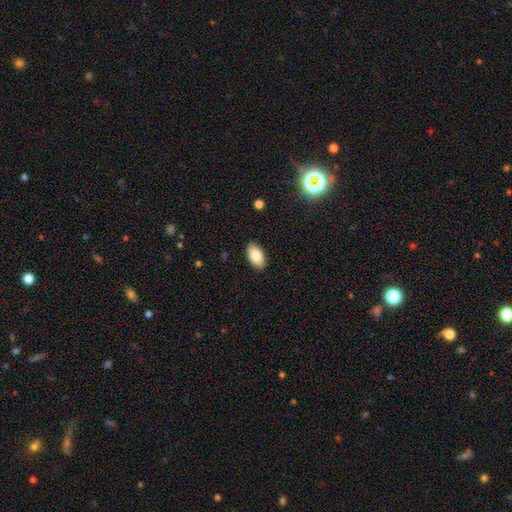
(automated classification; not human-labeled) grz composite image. It shows a smooth galaxy with no disk features (85%) that is in between round and cigar-shaped (95%). Merging: none (89%).